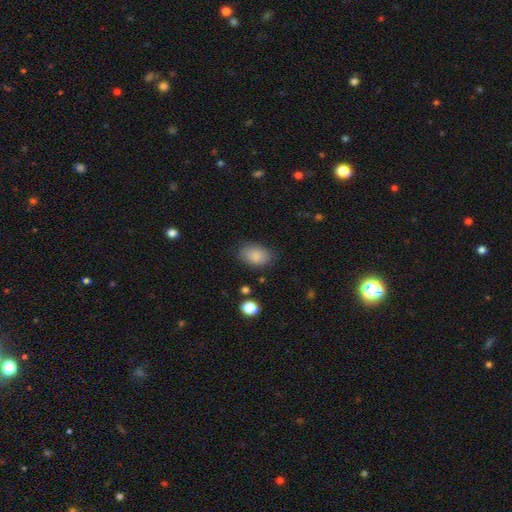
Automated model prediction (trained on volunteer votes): The model was most divided on "merging": none: 80%, minor disturbance: 14%, major disturbance: 4%, merger: 2%. More confident: smooth or featured — smooth (87%); how rounded — in between (86%).